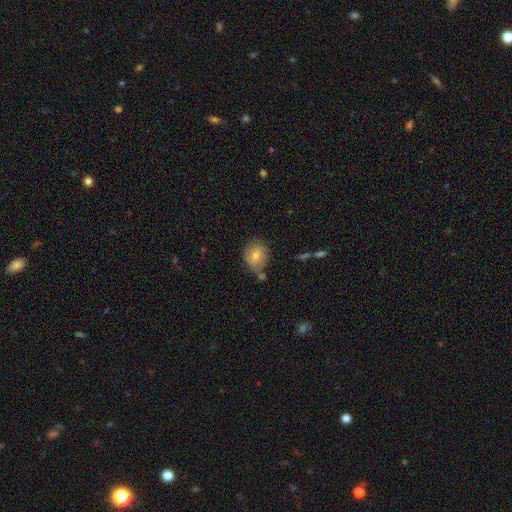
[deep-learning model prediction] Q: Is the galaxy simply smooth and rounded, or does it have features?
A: smooth — 76%.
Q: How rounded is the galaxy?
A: round — 70%.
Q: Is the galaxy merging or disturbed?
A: none — 57%.